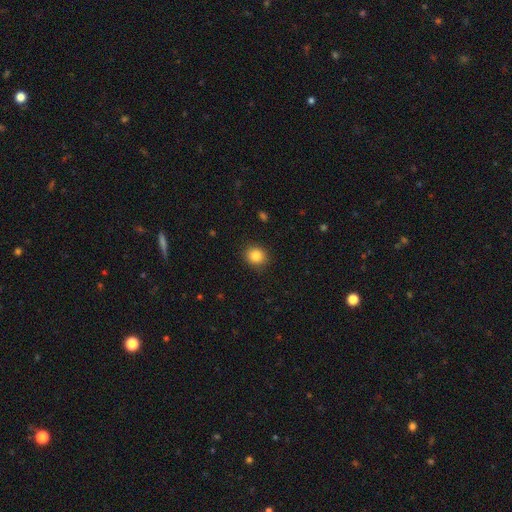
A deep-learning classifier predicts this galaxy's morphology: Q: Smooth or featured?
A: smooth (85%); runner-up: star or artifact (10%)
Q: How rounded?
A: round (83%); runner-up: in between (16%)
Q: Merging?
A: none (89%); runner-up: minor disturbance (7%)